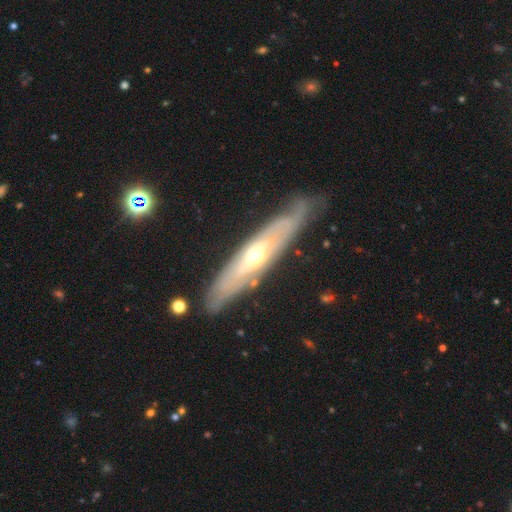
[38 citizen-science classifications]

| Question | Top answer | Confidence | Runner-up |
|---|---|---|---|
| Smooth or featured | featured or disk | 82% | smooth (16%) |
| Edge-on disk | yes | 55% | no (45%) |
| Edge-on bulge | rounded | 82% | none (18%) |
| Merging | none | 57% | minor disturbance (38%) |